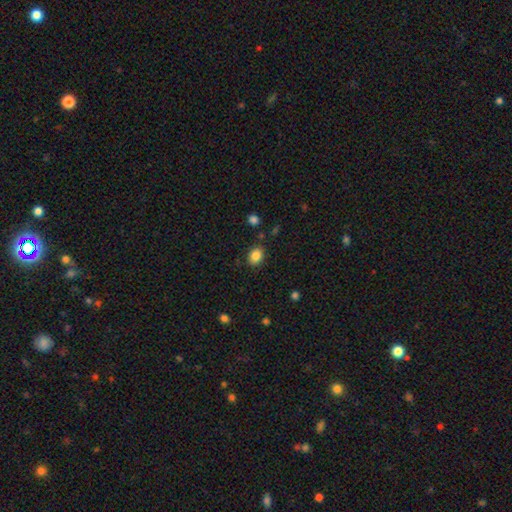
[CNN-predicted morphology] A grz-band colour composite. It shows a smooth galaxy with no disk features (86%) that is in between round and cigar-shaped (59%). Merging: none (85%).